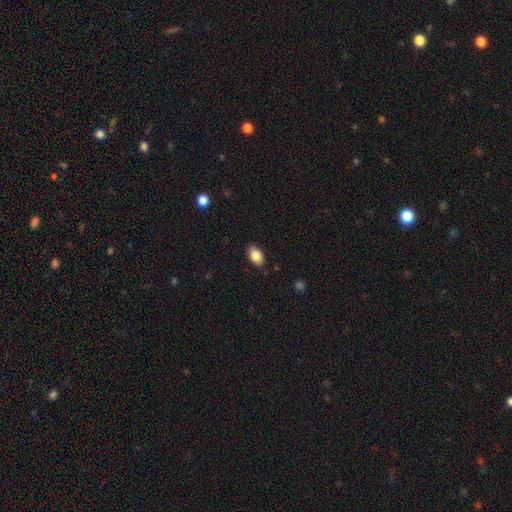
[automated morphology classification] smooth 85%, star or artifact 7%, featured or disk 7%. Down the decision tree: how rounded — in between (90%); merging — none (86%).